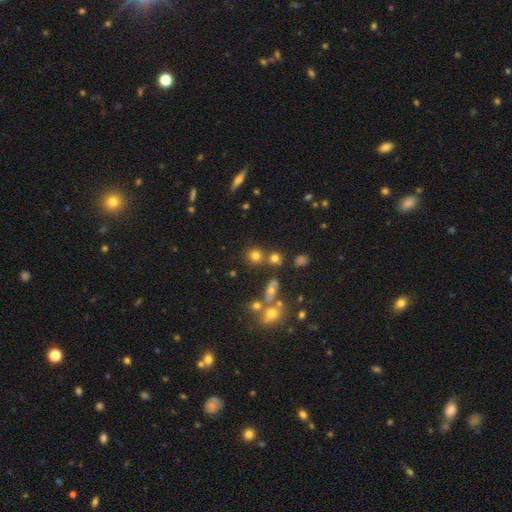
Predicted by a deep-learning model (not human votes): smooth-or-featured: smooth: 71% | star or artifact: 18% | featured or disk: 10%
  how-rounded: round: 87% | in between: 12% | cigar-shaped: 1%
  merging: none: 66% | merger: 20% | minor disturbance: 9% | major disturbance: 5%